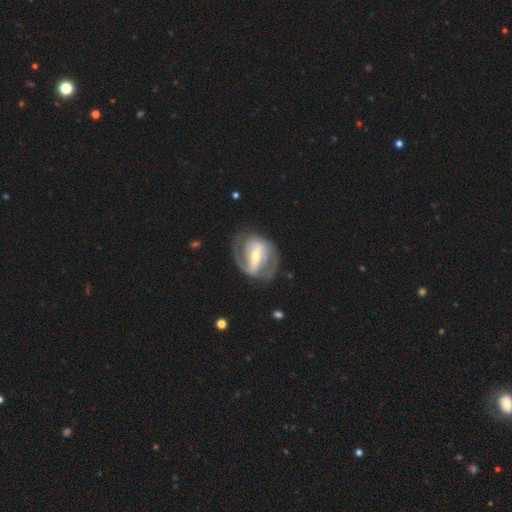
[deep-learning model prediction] Morphology: type=featured or disk (84%); edge-on=no (95%); bar=strong (73%); spiral arms=yes (81%); winding=medium (42%); arm count=2 (79%); bulge=moderate (53%); merging=none (70%).